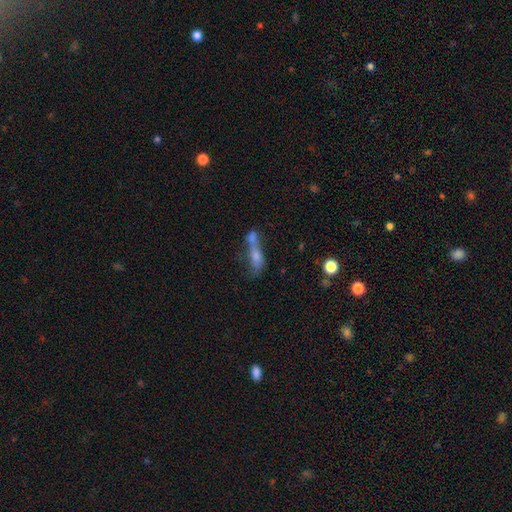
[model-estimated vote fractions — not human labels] Smooth or featured? smooth (51%)
How rounded? cigar-shaped (58%)
Merging? merger (52%)